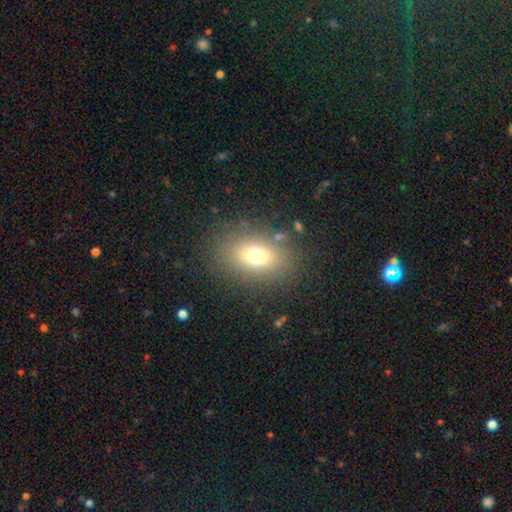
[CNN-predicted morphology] Smooth or featured?
  - smooth: 70% *
  - featured or disk: 16%
  - star or artifact: 14%
How rounded?
  - in between: 73% *
  - round: 25%
  - cigar-shaped: 2%
Merging?
  - none: 82% *
  - minor disturbance: 10%
  - major disturbance: 5%
  - merger: 2%